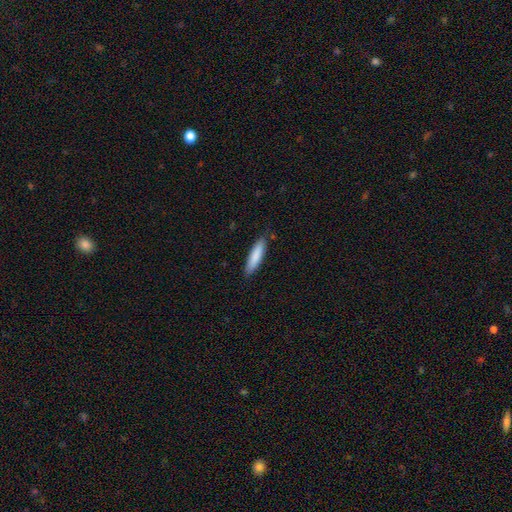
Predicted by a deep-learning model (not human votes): Smooth or featured: smooth — 85% (featured or disk — 10%)
How rounded: cigar-shaped — 78% (in between — 21%)
Merging: none — 85% (minor disturbance — 12%)